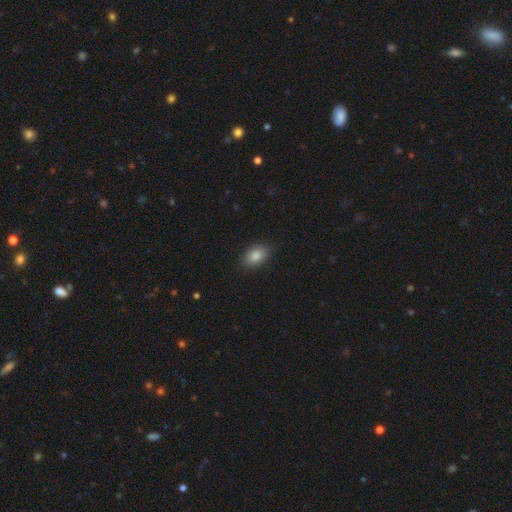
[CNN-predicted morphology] A smooth galaxy with no disk features (85%) that is in between round and cigar-shaped (87%).

Vote fractions:
- Smooth or featured? smooth: 85% / star or artifact: 9% / featured or disk: 6%
- How rounded? in between: 87% / round: 12% / cigar-shaped: 2%
- Merging? none: 87% / minor disturbance: 10% / major disturbance: 2% / merger: 1%